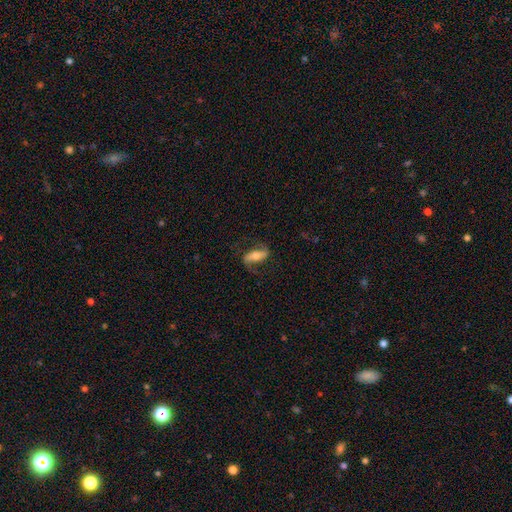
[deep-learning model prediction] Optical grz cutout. It shows a featured or disk galaxy (64%) with a strong bar (45%), 2 (90%) loose (56%) spiral arms (89%) and a moderate central bulge (55%). Merging: none (73%).